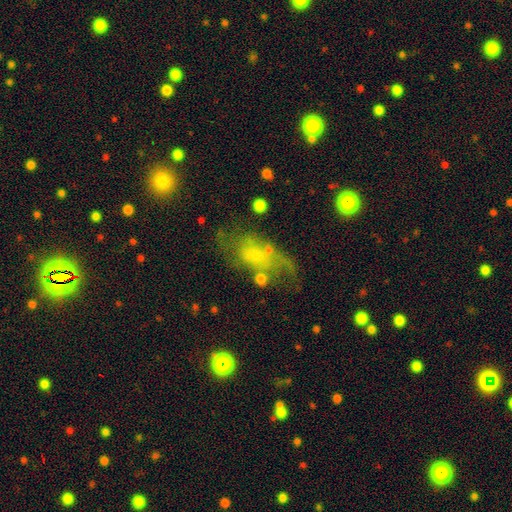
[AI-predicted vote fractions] Smooth or featured: featured or disk — 53% (smooth — 33%)
Edge-on disk: no — 94% (yes — 6%)
Merging: none — 39% (major disturbance — 30%)